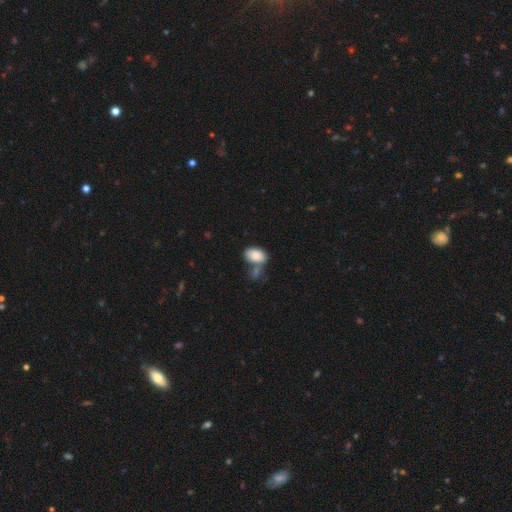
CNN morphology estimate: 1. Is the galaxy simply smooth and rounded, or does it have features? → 86% smooth, 7% featured or disk, 7% star or artifact.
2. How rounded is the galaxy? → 91% in between, 8% round, 1% cigar-shaped.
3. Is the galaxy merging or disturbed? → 49% none, 30% merger, 15% minor disturbance, 5% major disturbance.